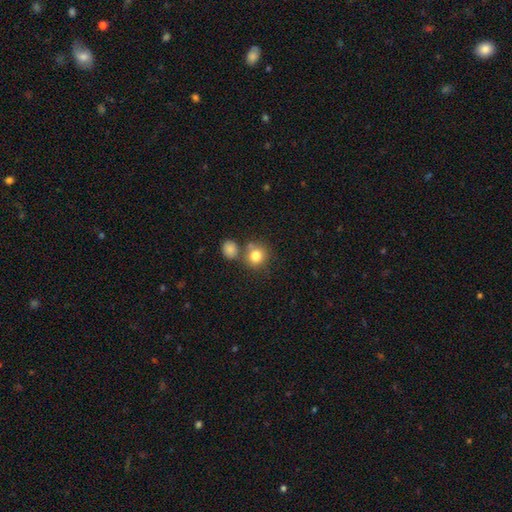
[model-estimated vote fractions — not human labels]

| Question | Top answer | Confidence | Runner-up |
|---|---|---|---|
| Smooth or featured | smooth | 80% | star or artifact (11%) |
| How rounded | round | 85% | in between (14%) |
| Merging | none | 63% | merger (23%) |